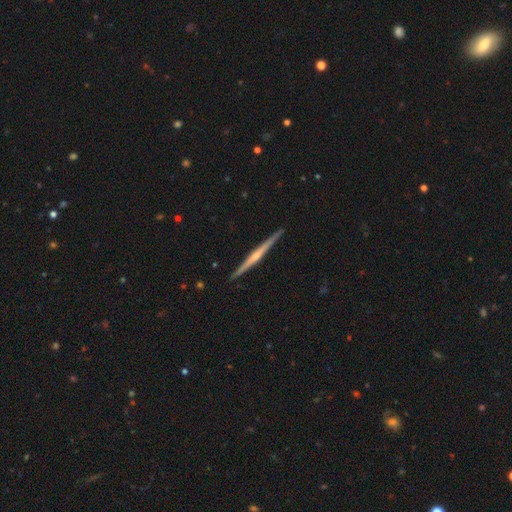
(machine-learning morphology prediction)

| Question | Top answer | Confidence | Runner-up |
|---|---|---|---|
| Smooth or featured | featured or disk | 77% | smooth (18%) |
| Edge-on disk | yes | 99% | no (1%) |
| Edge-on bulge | rounded | 63% | none (28%) |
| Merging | none | 92% | minor disturbance (5%) |